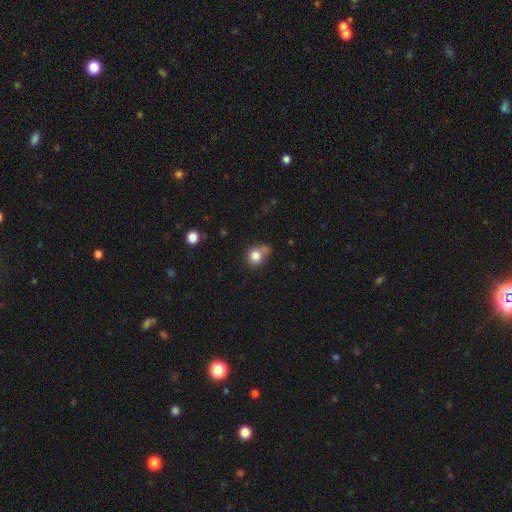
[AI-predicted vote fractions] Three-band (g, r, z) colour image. It shows a smooth galaxy with no disk features (81%) that is round (83%). Merging: none (55%).